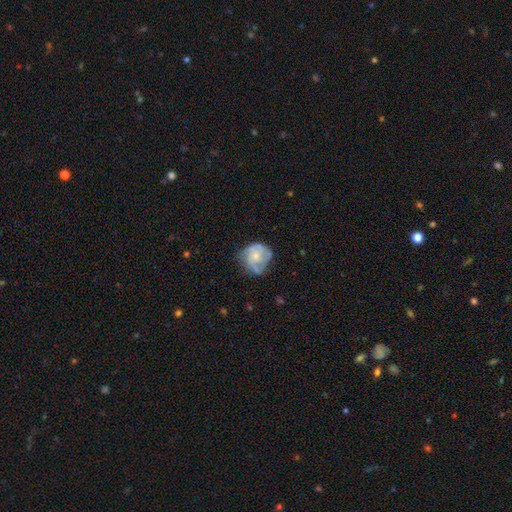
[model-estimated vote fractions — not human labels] Smooth or featured: featured or disk — 65% (smooth — 29%)
Edge-on disk: no — 98% (yes — 2%)
Bar: no — 80% (weak — 18%)
Spiral arms: yes — 81% (no — 19%)
Spiral winding: tight — 44% (medium — 40%)
Spiral arm count: 3 — 32% (can't tell — 28%)
Bulge size: small — 54% (moderate — 34%)
Merging: none — 57% (minor disturbance — 27%)